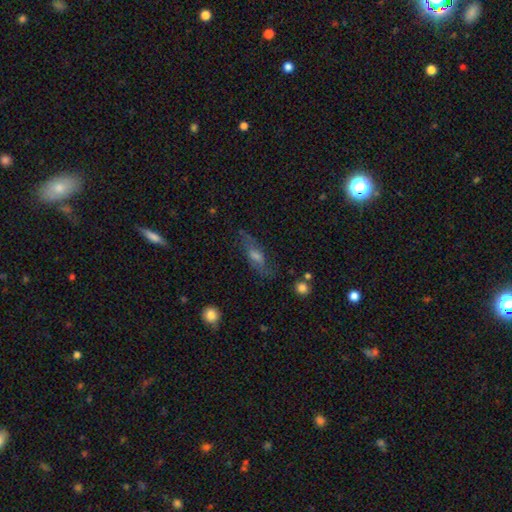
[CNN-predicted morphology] Smooth or featured? featured or disk (54%)
Edge-on disk? no (58%)
Merging? none (72%)